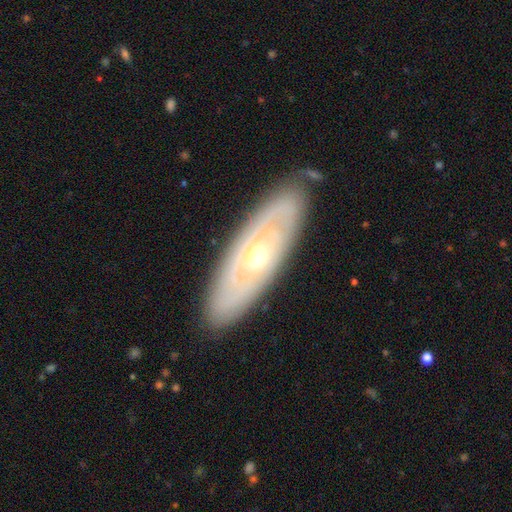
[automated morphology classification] type=featured or disk (75%); edge-on=no (79%); bar=no (80%); spiral arms=yes (59%); bulge=small (53%); merging=none (86%).